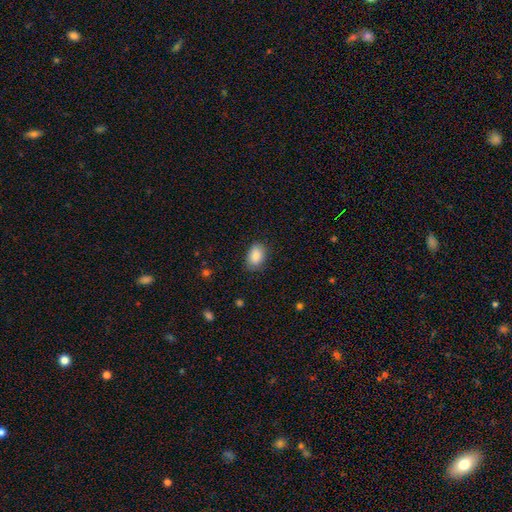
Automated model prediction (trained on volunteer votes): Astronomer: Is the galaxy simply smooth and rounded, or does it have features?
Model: smooth — 88%.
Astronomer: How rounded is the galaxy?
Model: in between — 84%.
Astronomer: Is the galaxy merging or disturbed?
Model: none — 82%.